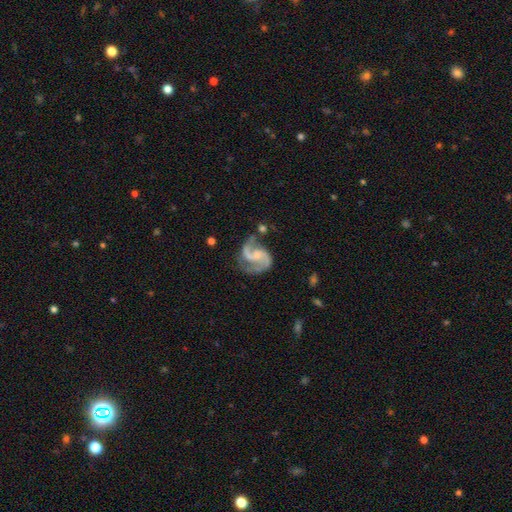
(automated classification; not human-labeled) A featured or disk galaxy (89%) with no bar (50%), 2 (90%) medium (54%) spiral arms (97%) and a small central bulge (40%).

Vote fractions:
- Smooth or featured? featured or disk: 89% / smooth: 6% / star or artifact: 5%
- Edge-on disk? no: 98% / yes: 2%
- Bar? no: 50% / weak: 40% / strong: 10%
- Spiral arms? yes: 97% / no: 3%
- Spiral winding? medium: 54% / loose: 33% / tight: 13%
- Spiral arm count? 2: 90% / 1: 3% / 3: 3% / can't tell: 2% / 4: 1% / more than 4: 1%
- Bulge size? small: 40% / none: 36% / moderate: 20% / large: 3% / dominant: 1%
- Merging? none: 56% / minor disturbance: 21% / major disturbance: 16% / merger: 7%